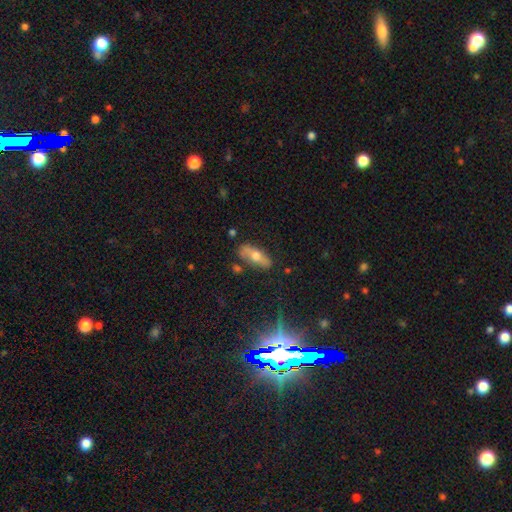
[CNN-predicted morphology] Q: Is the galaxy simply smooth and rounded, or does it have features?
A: smooth — 54%.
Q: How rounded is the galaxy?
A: in between — 71%.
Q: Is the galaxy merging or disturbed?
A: none — 75%.